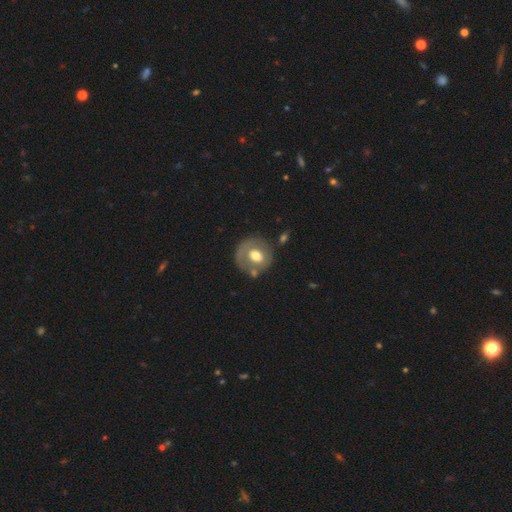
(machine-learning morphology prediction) A smooth galaxy with no disk features (48%). Merging: none (68%).